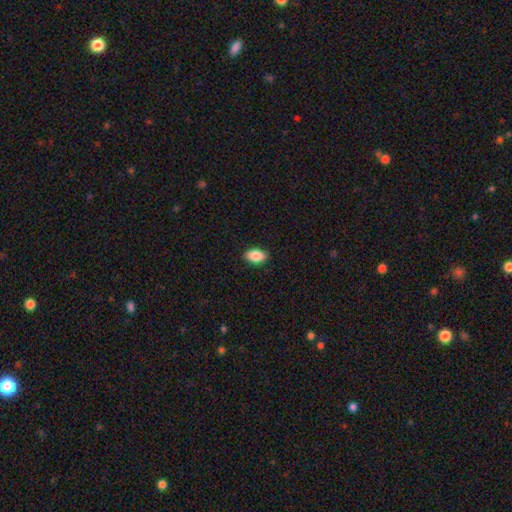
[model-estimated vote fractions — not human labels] The model was most divided on "smooth or featured": smooth: 87%, star or artifact: 7%, featured or disk: 6%. More confident: how rounded — in between (90%); merging — none (89%).